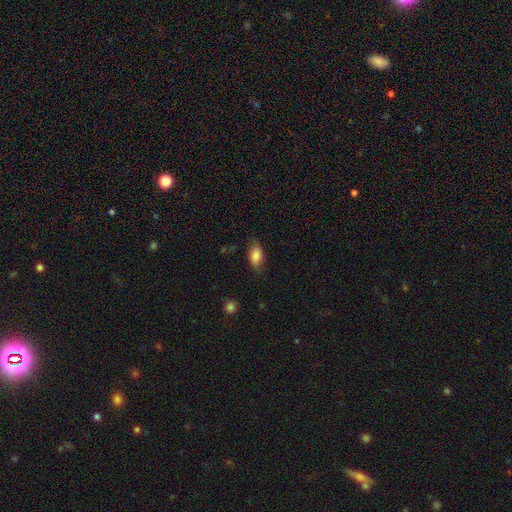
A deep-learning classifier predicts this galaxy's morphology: Overall: smooth (82%). How rounded: in between (90%). Merging: none (71%).